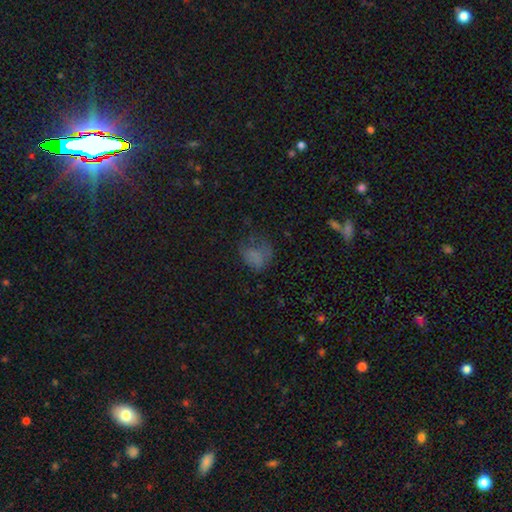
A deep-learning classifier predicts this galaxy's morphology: Overall: smooth (61%; featured or disk 21%). How rounded: in between (53%; round 45%). Merging: none (36%; major disturbance 35%).